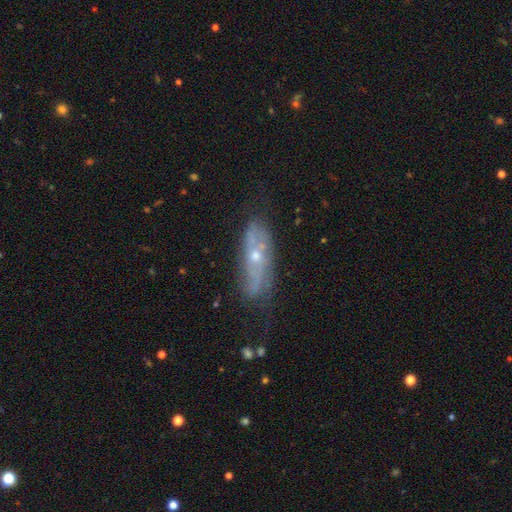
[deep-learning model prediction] Smooth or featured?
  - featured or disk: 68% *
  - smooth: 23%
  - star or artifact: 8%
Edge-on disk?
  - no: 70% *
  - yes: 30%
Merging?
  - none: 64% *
  - minor disturbance: 24%
  - major disturbance: 9%
  - merger: 3%